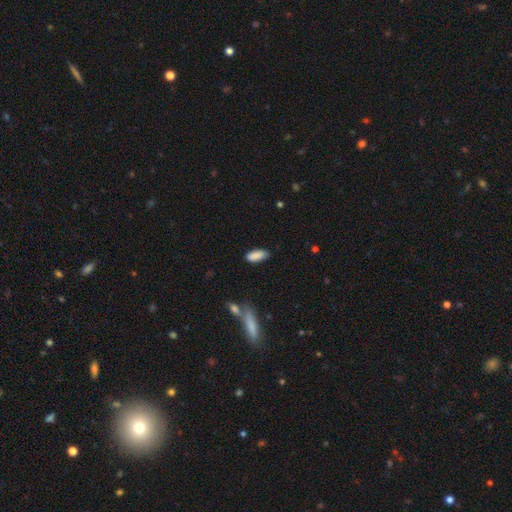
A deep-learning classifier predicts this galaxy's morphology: A smooth galaxy with no disk features (88%) that is in between round and cigar-shaped (79%).

Vote fractions:
- Smooth or featured? smooth: 88% / star or artifact: 7% / featured or disk: 5%
- How rounded? in between: 79% / cigar-shaped: 20% / round: 2%
- Merging? none: 81% / minor disturbance: 13% / major disturbance: 3% / merger: 2%